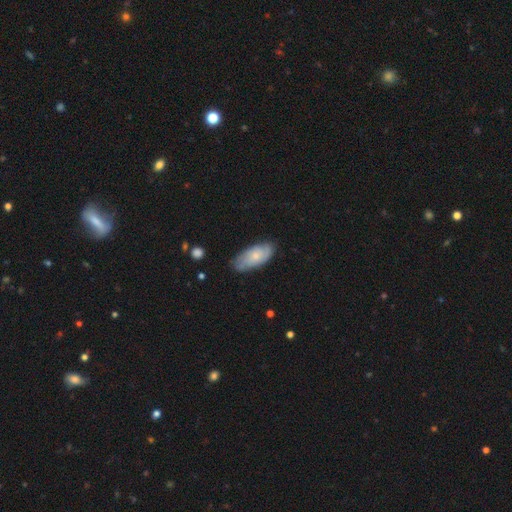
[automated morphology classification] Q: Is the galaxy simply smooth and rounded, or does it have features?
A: smooth — 53%.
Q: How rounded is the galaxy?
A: in between — 88%.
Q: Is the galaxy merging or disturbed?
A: none — 71%.